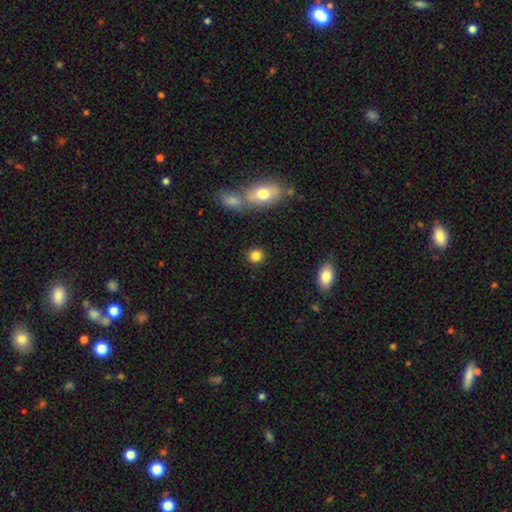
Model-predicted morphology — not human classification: This appears to be a smooth galaxy with no disk features (85%) that is round (83%). Merging: none (85%).